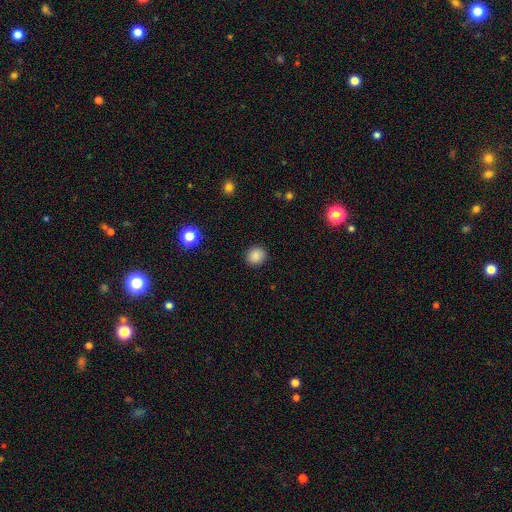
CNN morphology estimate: Smooth or featured?
  - smooth: 86% *
  - star or artifact: 10%
  - featured or disk: 4%
How rounded?
  - round: 81% *
  - in between: 18%
  - cigar-shaped: 1%
Merging?
  - none: 90% *
  - minor disturbance: 7%
  - major disturbance: 2%
  - merger: 1%